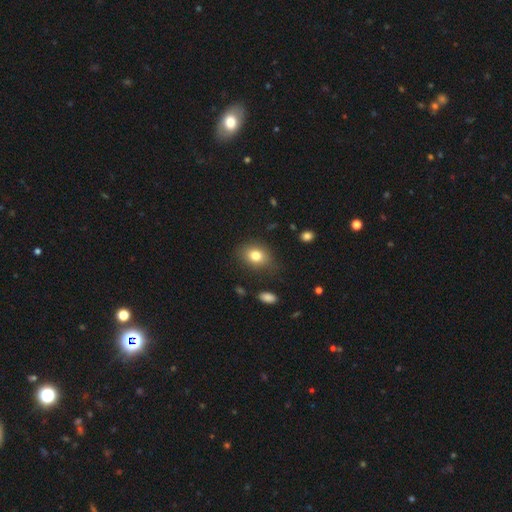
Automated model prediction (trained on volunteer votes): Smooth or featured?
  - smooth: 80% *
  - featured or disk: 10%
  - star or artifact: 10%
How rounded?
  - in between: 62% *
  - round: 37%
  - cigar-shaped: 1%
Merging?
  - none: 77% *
  - minor disturbance: 16%
  - major disturbance: 5%
  - merger: 2%